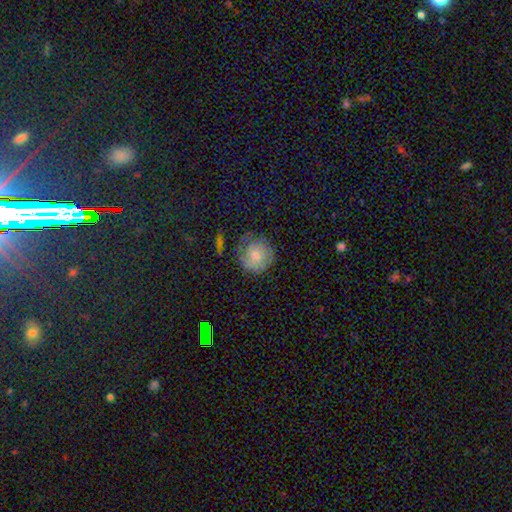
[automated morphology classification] Smooth or featured? smooth (56%)
How rounded? round (90%)
Merging? none (67%)